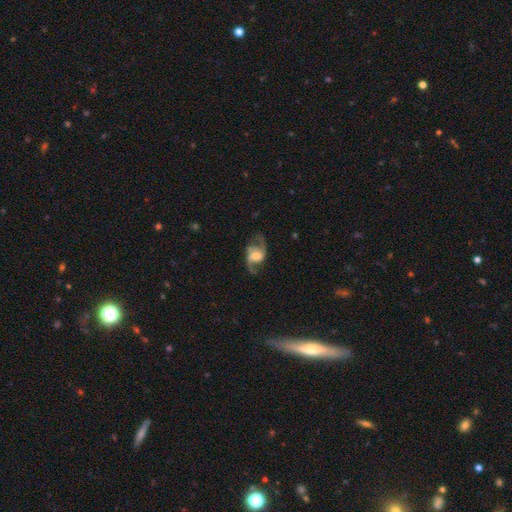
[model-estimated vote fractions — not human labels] Q: Smooth or featured?
A: featured or disk (82%); runner-up: smooth (12%)
Q: Edge-on disk?
A: no (97%); runner-up: yes (3%)
Q: Bar?
A: no (50%); runner-up: weak (39%)
Q: Spiral arms?
A: yes (94%); runner-up: no (6%)
Q: Spiral winding?
A: loose (61%); runner-up: medium (33%)
Q: Spiral arm count?
A: 2 (85%); runner-up: 3 (5%)
Q: Bulge size?
A: moderate (50%); runner-up: large (22%)
Q: Merging?
A: none (67%); runner-up: minor disturbance (17%)